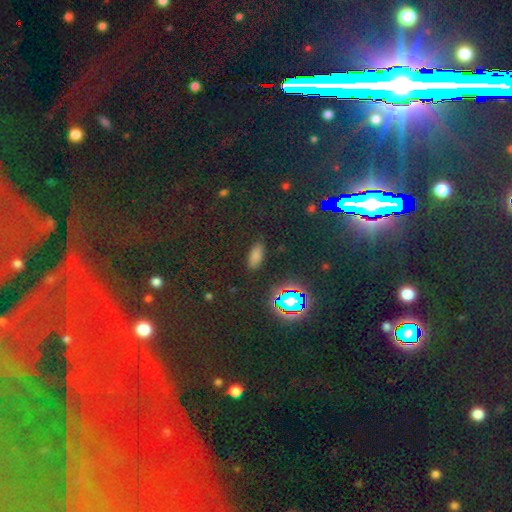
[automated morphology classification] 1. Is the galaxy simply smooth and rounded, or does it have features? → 46% star or artifact, 45% smooth, 9% featured or disk.